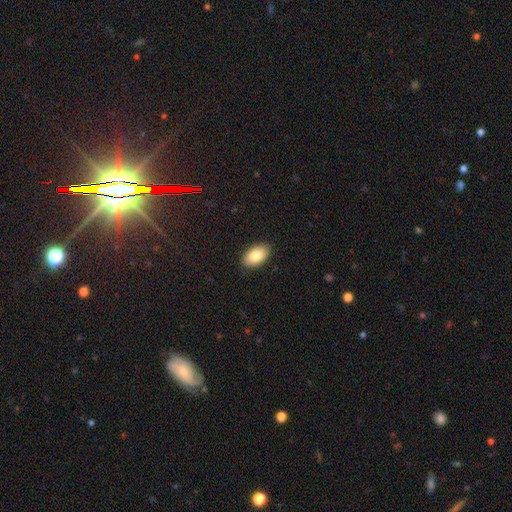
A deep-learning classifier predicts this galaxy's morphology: Overall: smooth (83%). How rounded: in between (94%). Merging: none (89%).